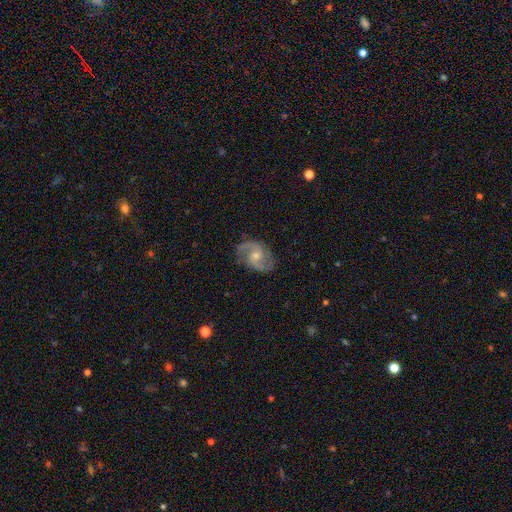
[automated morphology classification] The model was most divided on "bar": no: 50%, weak: 42%, strong: 8%. More confident: edge-on disk — no (97%); spiral arms — yes (97%); spiral arm count — 2 (91%); smooth or featured — featured or disk (87%); merging — none (81%); spiral winding — medium (57%); bulge size — moderate (52%).